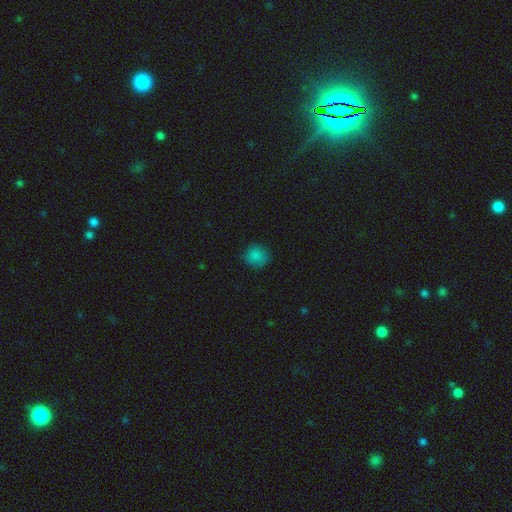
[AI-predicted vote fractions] A smooth galaxy with no disk features (84%) that is round (86%). Merging: none (84%).